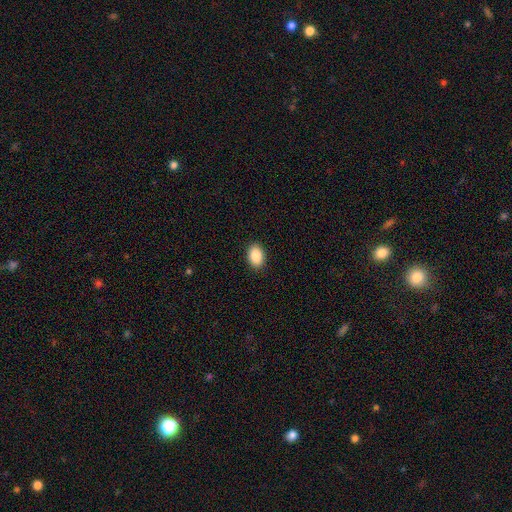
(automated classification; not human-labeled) A smooth galaxy with no disk features (89%) that is in between round and cigar-shaped (86%). Merging: none (90%).